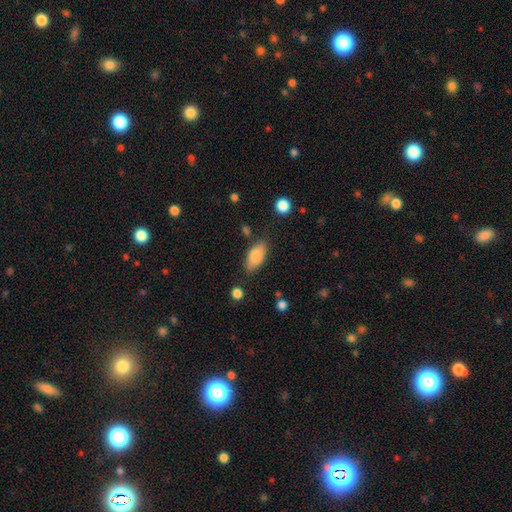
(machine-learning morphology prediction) Q: Smooth or featured?
A: smooth (84%); runner-up: featured or disk (10%)
Q: How rounded?
A: in between (89%); runner-up: cigar-shaped (7%)
Q: Merging?
A: none (78%); runner-up: minor disturbance (15%)